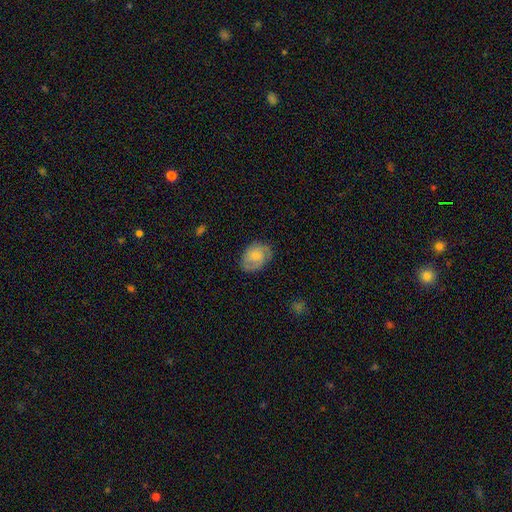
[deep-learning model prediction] Smooth or featured: smooth — 57% (featured or disk — 36%)
How rounded: in between — 73% (round — 25%)
Merging: none — 72% (minor disturbance — 20%)